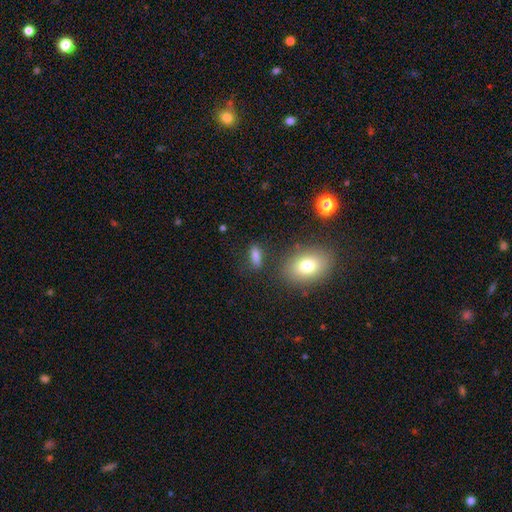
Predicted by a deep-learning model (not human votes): This appears to be a smooth galaxy with no disk features (79%) that is in between round and cigar-shaped (67%). Merging: none (75%).